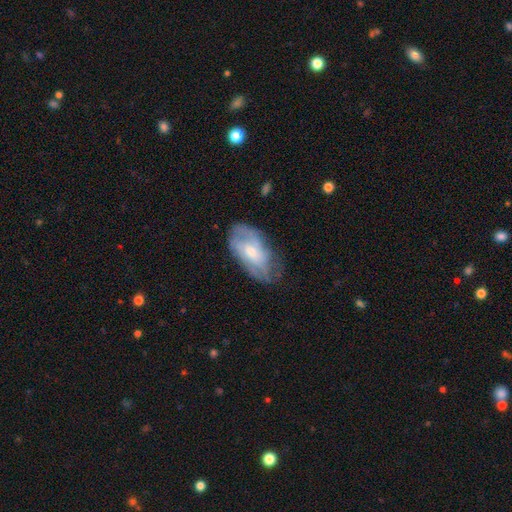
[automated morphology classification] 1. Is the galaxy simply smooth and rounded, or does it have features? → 60% featured or disk, 34% smooth, 6% star or artifact.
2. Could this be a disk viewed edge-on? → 93% no, 7% yes.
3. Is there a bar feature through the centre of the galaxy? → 65% no, 30% weak, 4% strong.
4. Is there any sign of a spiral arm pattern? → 76% yes, 24% no.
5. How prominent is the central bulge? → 48% moderate, 41% small, 6% large, 4% none, 1% dominant.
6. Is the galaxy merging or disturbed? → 59% none, 28% minor disturbance, 11% major disturbance, 2% merger.